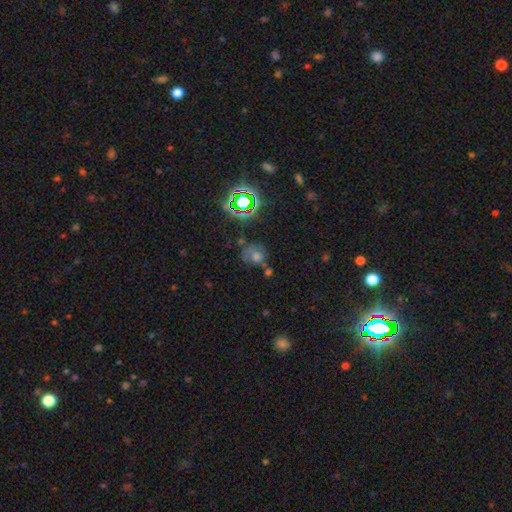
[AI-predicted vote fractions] smooth-or-featured: smooth: 48% | star or artifact: 33% | featured or disk: 19%
  merging: none: 47% | minor disturbance: 21% | merger: 17% | major disturbance: 15%